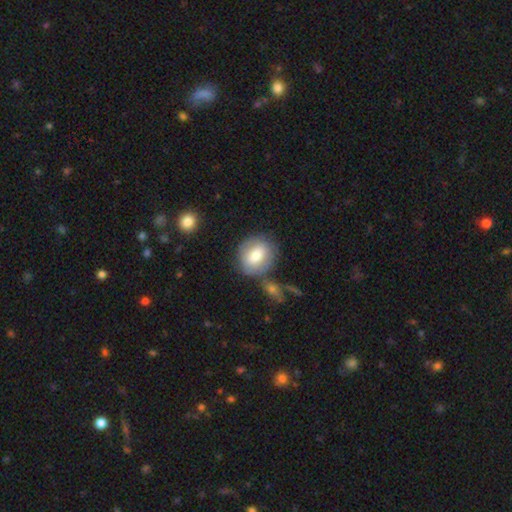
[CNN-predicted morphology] smooth 71%, featured or disk 22%, star or artifact 7%. Down the decision tree: how rounded — round (71%); merging — none (68%).